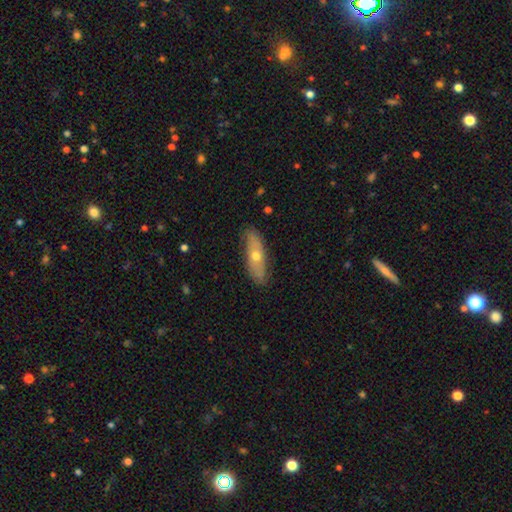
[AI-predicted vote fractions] A featured or disk galaxy (49%). Merging: none (83%).